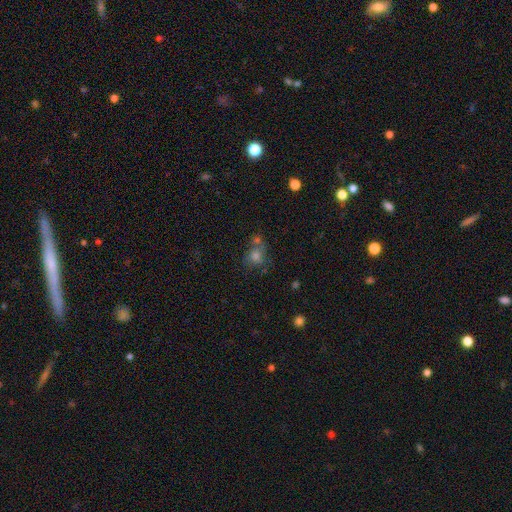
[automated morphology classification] smooth 66%, star or artifact 19%, featured or disk 14%. Down the decision tree: how rounded — round (71%); merging — none (45%).